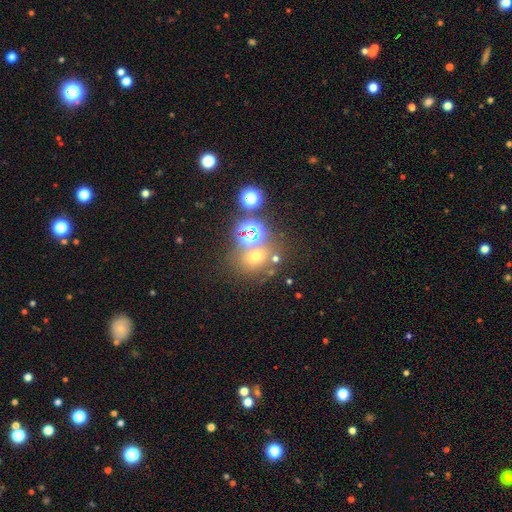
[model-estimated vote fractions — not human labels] Morphology: type=smooth (56%); roundness=round (71%); merging=none (63%).